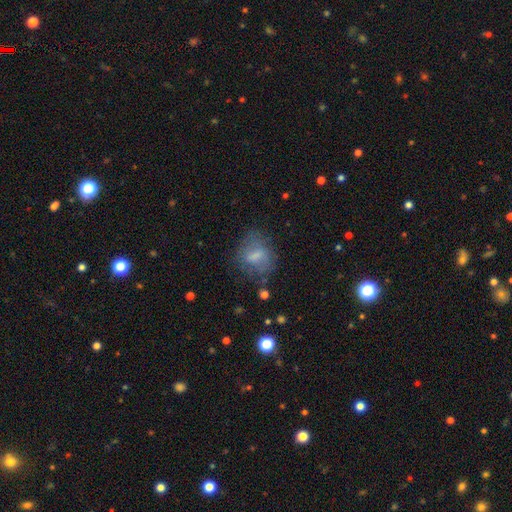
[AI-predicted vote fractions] smooth_or_featured: smooth (p=0.60) [alt: featured or disk p=0.30]
how_rounded: in between (p=0.54) [alt: round p=0.43]
merging: none (p=0.57) [alt: minor disturbance p=0.23]